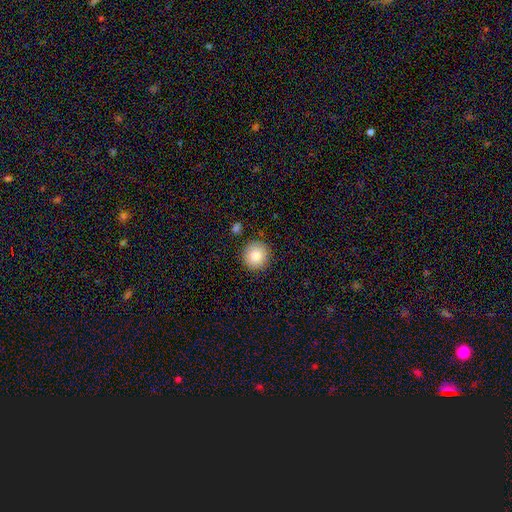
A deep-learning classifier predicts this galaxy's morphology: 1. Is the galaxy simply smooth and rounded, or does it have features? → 85% smooth, 9% star or artifact, 6% featured or disk.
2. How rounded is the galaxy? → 93% round, 6% in between, 1% cigar-shaped.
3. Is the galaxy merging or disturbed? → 89% none, 7% minor disturbance, 2% merger, 2% major disturbance.